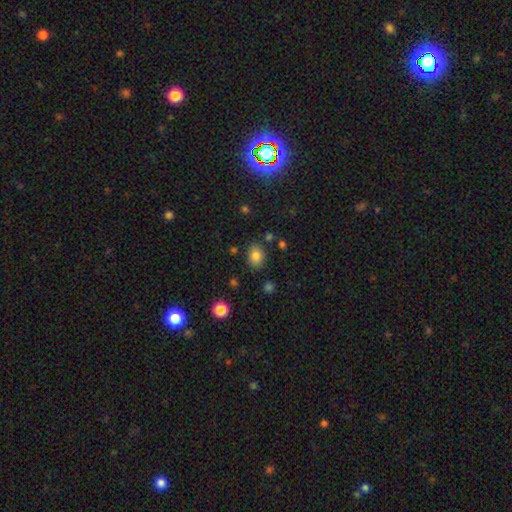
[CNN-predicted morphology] Smooth or featured? smooth (81%)
How rounded? in between (61%)
Merging? none (81%)